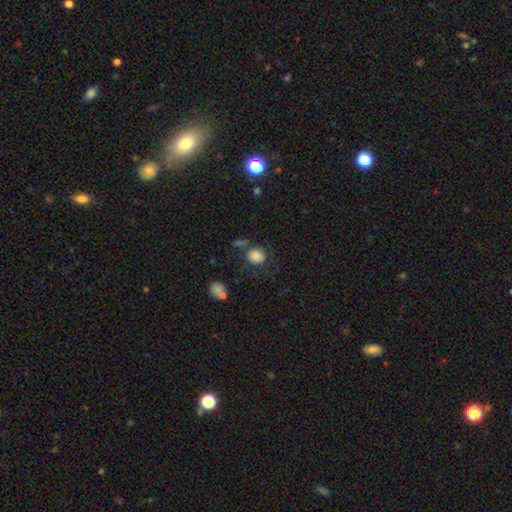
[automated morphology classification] Smooth or featured? Predicted: smooth (p=0.84). How rounded? Predicted: round (p=0.83). Merging? Predicted: none (p=0.63).